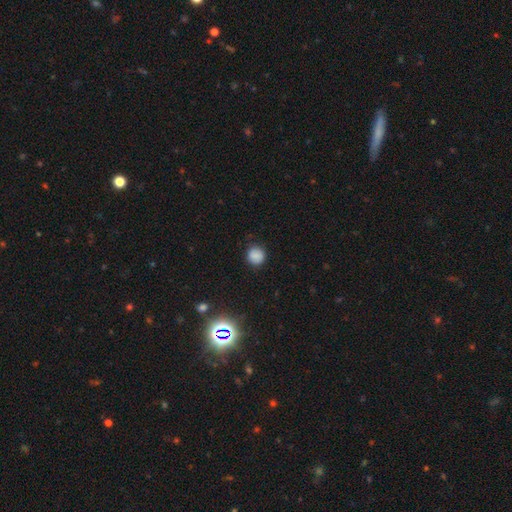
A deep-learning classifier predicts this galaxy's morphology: This is clearly a smooth galaxy (82%). How rounded: clearly round (90%). Merging: clearly none (85%).